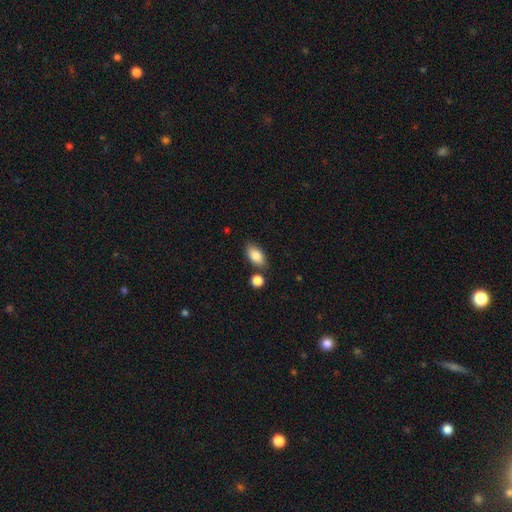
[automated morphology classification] This appears to be a smooth galaxy with no disk features (86%) that is in between round and cigar-shaped (91%). Merging: none (75%).